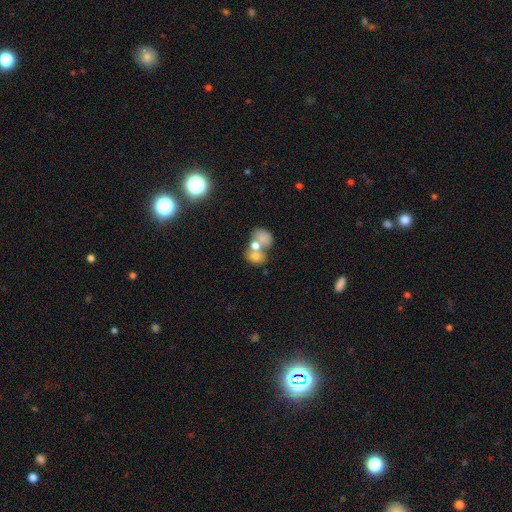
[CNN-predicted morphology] A smooth galaxy with no disk features (67%) that is in between round and cigar-shaped (60%).

Vote fractions:
- Smooth or featured? smooth: 67% / featured or disk: 22% / star or artifact: 11%
- How rounded? in between: 60% / round: 39% / cigar-shaped: 1%
- Merging? merger: 64% / none: 22% / minor disturbance: 8% / major disturbance: 6%